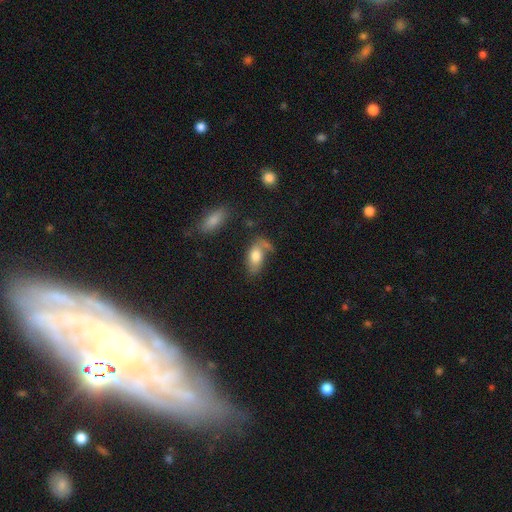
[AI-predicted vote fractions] This appears to be a smooth galaxy with no disk features (73%) that is in between round and cigar-shaped (89%). Merging: none (40%).